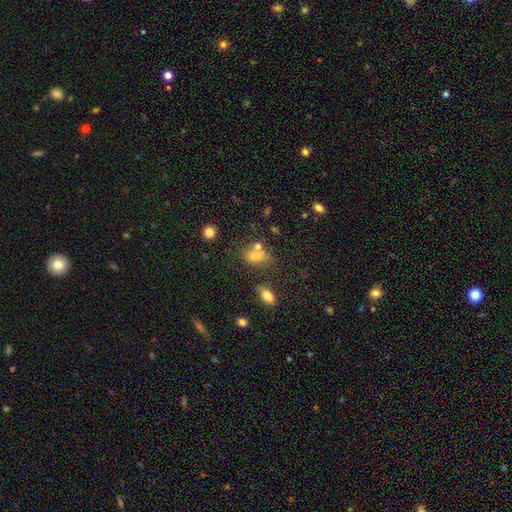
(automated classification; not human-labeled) Smooth or featured? Predicted: smooth (p=0.65). How rounded? Predicted: in between (p=0.71). Merging? Predicted: none (p=0.43).